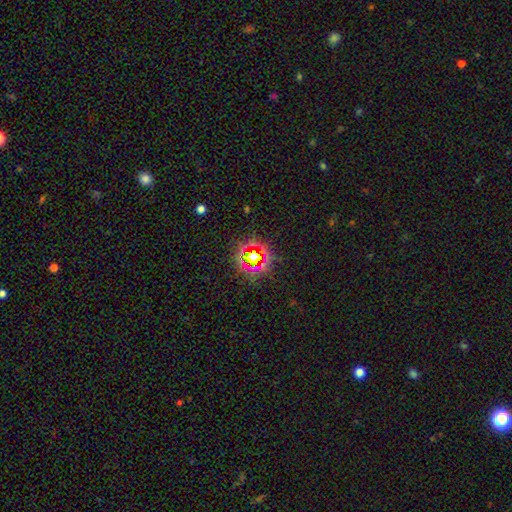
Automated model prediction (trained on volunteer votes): smooth-or-featured: star or artifact: 69% | smooth: 21% | featured or disk: 11%